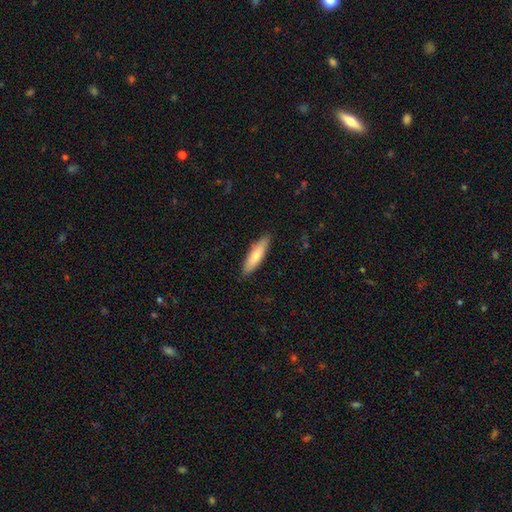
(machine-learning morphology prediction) Smooth or featured: smooth — 74% (featured or disk — 20%)
How rounded: cigar-shaped — 69% (in between — 30%)
Merging: none — 87% (minor disturbance — 10%)